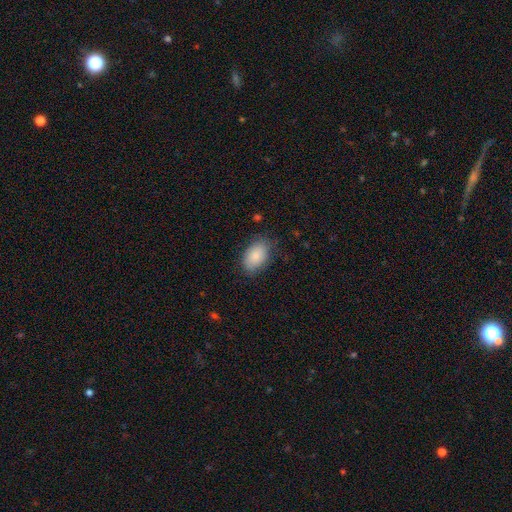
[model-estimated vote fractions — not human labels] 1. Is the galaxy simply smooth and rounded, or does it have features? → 86% smooth, 8% featured or disk, 6% star or artifact.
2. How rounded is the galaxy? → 91% in between, 8% round, 1% cigar-shaped.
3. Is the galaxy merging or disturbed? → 77% none, 18% minor disturbance, 5% major disturbance, 1% merger.